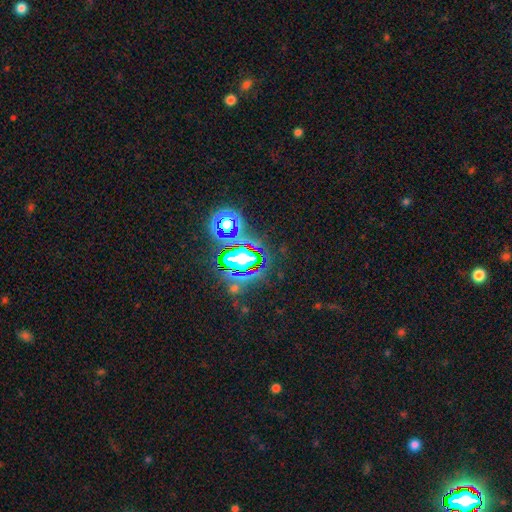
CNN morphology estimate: Smooth or featured: star or artifact — 77% (smooth — 12%)